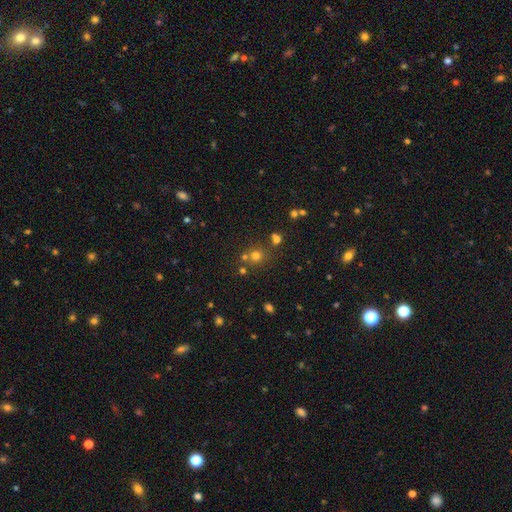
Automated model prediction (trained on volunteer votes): This appears to be a smooth galaxy with no disk features (64%) that is round (87%). Merging: none (69%).